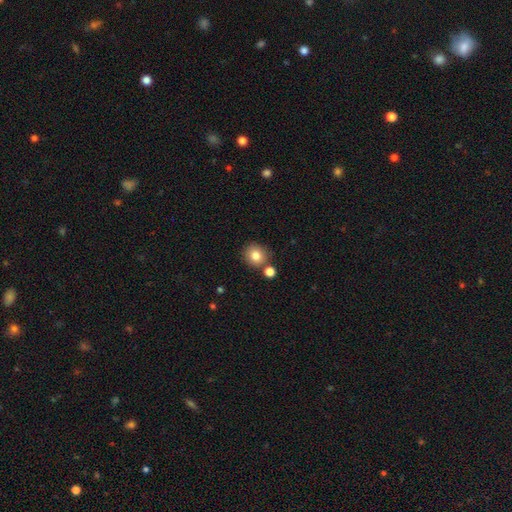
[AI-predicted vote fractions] This appears to be a smooth galaxy with no disk features (82%) that is round (86%). Merging: none (76%).